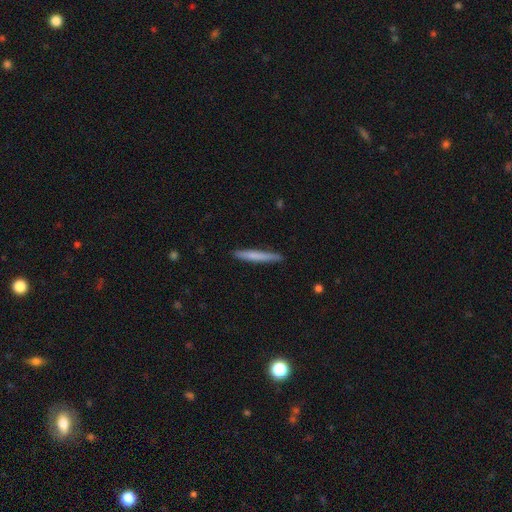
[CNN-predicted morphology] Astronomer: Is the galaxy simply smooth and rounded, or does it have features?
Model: smooth — 70%.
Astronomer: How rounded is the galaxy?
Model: cigar-shaped — 96%.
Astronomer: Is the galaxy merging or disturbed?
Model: none — 89%.